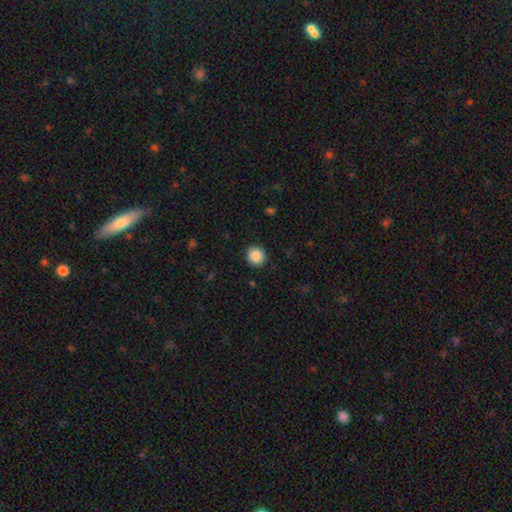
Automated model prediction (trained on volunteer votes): smooth-or-featured: smooth: 88% | star or artifact: 9% | featured or disk: 3%
  how-rounded: round: 88% | in between: 11% | cigar-shaped: 1%
  merging: none: 91% | minor disturbance: 6% | major disturbance: 2% | merger: 1%